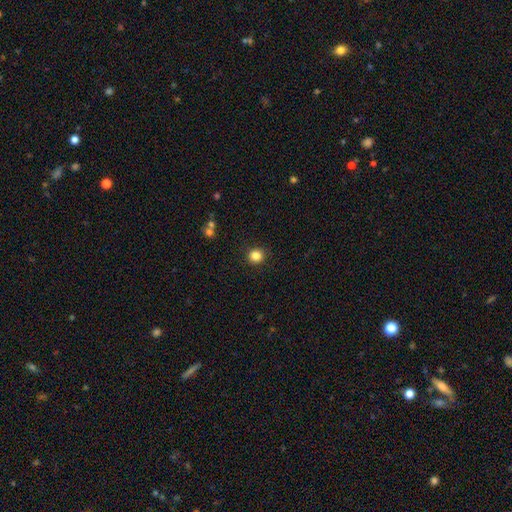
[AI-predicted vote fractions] smooth_or_featured: smooth (p=0.84) [alt: star or artifact p=0.11]
how_rounded: round (p=0.91) [alt: in between p=0.08]
merging: none (p=0.91) [alt: minor disturbance p=0.06]